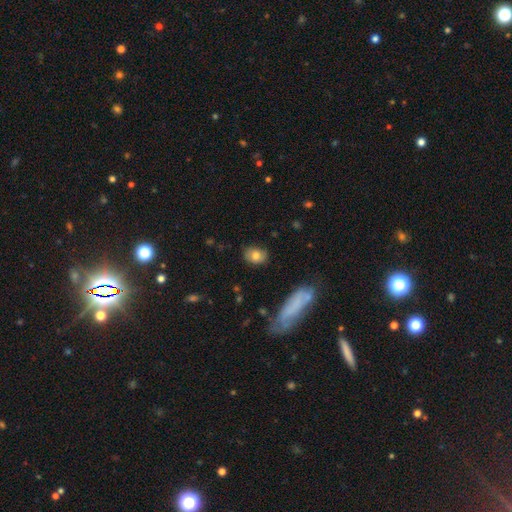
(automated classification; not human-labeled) smooth 76%, featured or disk 15%, star or artifact 9%. Down the decision tree: how rounded — in between (60%); merging — none (79%).